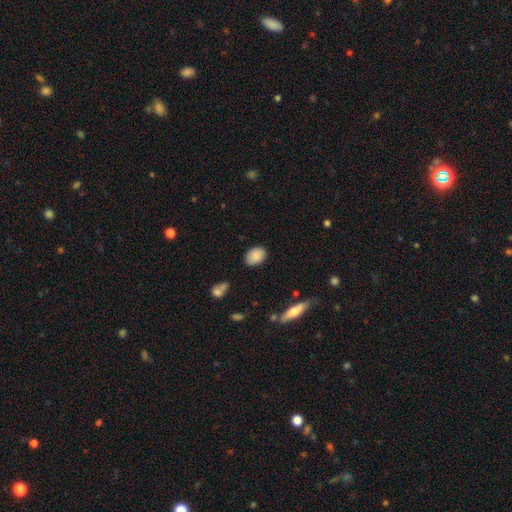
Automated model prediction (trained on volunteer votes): A smooth galaxy with no disk features (87%) that is in between round and cigar-shaped (79%).

Vote fractions:
- Smooth or featured? smooth: 87% / star or artifact: 7% / featured or disk: 5%
- How rounded? in between: 79% / round: 20% / cigar-shaped: 1%
- Merging? none: 82% / minor disturbance: 13% / major disturbance: 3% / merger: 2%